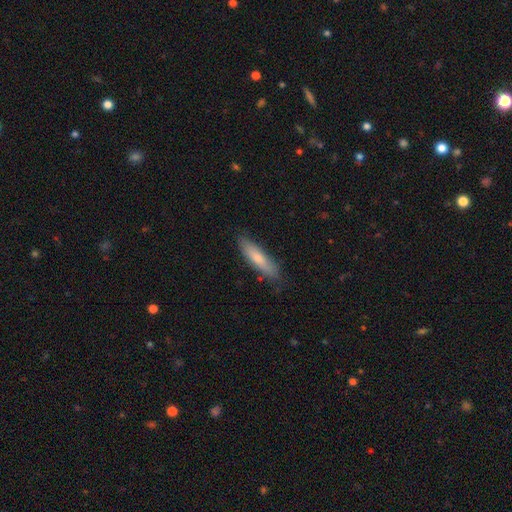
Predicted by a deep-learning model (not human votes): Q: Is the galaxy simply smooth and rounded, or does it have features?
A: smooth — 65%.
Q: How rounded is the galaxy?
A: cigar-shaped — 77%.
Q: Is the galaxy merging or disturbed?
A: none — 83%.